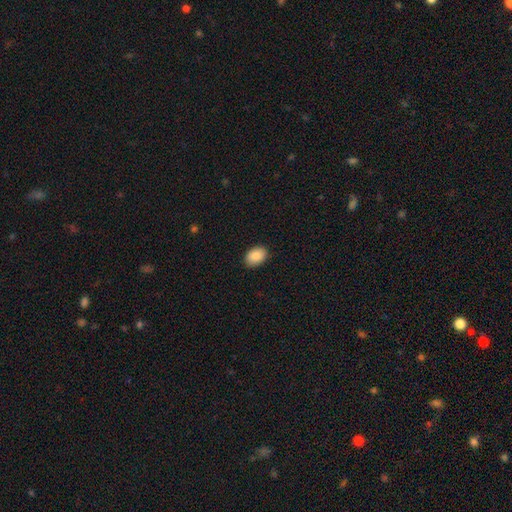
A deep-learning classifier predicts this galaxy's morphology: A smooth galaxy with no disk features (89%) that is in between round and cigar-shaped (85%). Merging: none (88%).